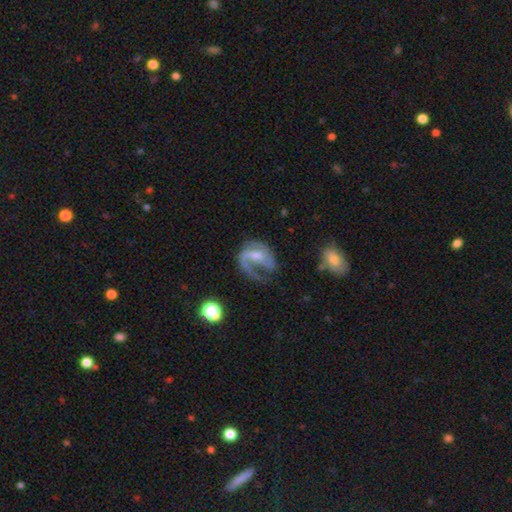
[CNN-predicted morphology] Smooth or featured: featured or disk — 80% (smooth — 13%)
Edge-on disk: no — 97% (yes — 3%)
Bar: weak — 47% (no — 30%)
Spiral arms: yes — 90% (no — 10%)
Spiral winding: medium — 44% (loose — 38%)
Spiral arm count: 1 — 52% (2 — 38%)
Bulge size: small — 46% (moderate — 37%)
Merging: none — 42% (major disturbance — 35%)